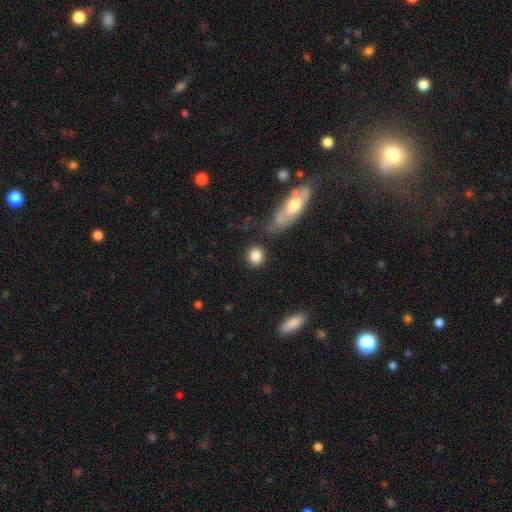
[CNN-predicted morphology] A smooth galaxy with no disk features (86%) that is round (72%). Merging: none (77%).